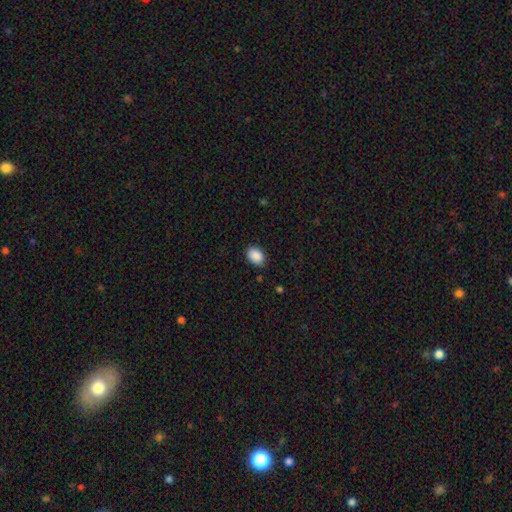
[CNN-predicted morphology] Smooth or featured?
  - smooth: 90% *
  - star or artifact: 7%
  - featured or disk: 3%
How rounded?
  - in between: 76% *
  - round: 23%
  - cigar-shaped: 1%
Merging?
  - none: 86% *
  - minor disturbance: 11%
  - major disturbance: 2%
  - merger: 1%